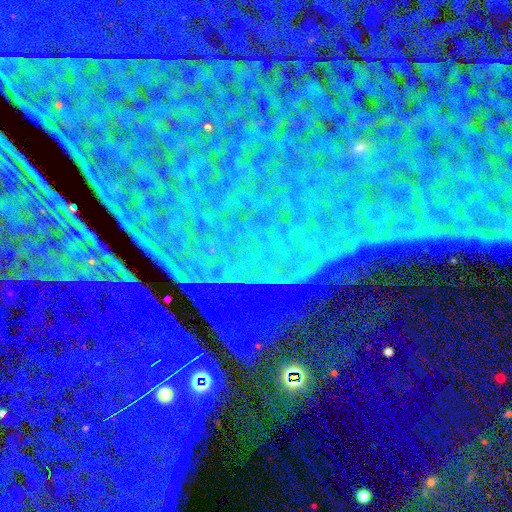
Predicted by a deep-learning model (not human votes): smooth_or_featured: star or artifact (p=0.86) [alt: featured or disk p=0.07]